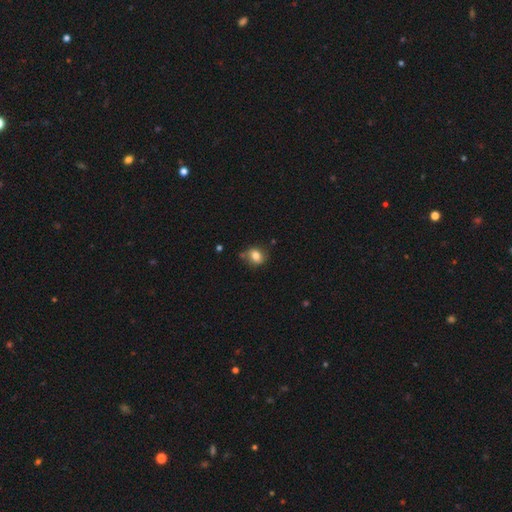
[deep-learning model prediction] Smooth or featured? Predicted: smooth (p=0.75). How rounded? Predicted: round (p=0.55). Merging? Predicted: none (p=0.67).